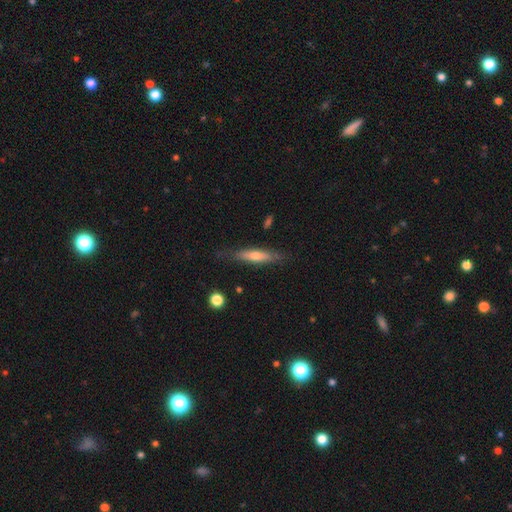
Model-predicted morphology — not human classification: Smooth or featured? smooth (53%)
How rounded? cigar-shaped (83%)
Merging? none (77%)